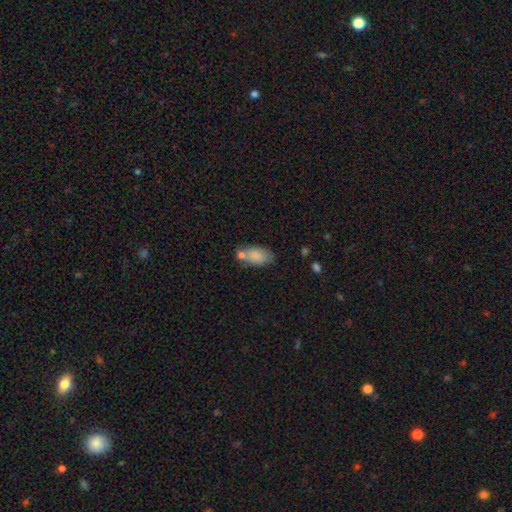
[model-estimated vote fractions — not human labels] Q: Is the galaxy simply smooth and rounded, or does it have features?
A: smooth — 82%.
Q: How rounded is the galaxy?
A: in between — 91%.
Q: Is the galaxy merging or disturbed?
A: none — 51%.